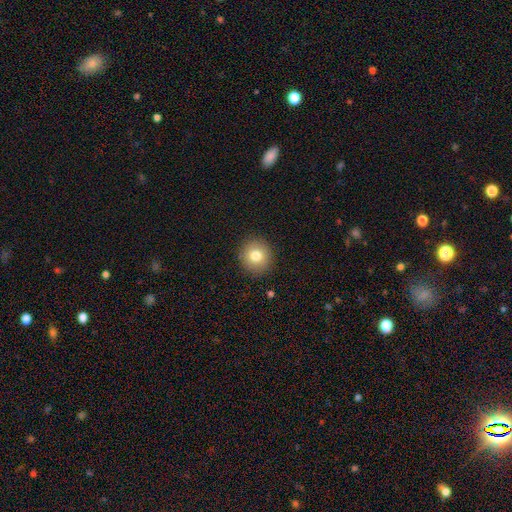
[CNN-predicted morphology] type=smooth (79%); roundness=round (91%); merging=none (90%).